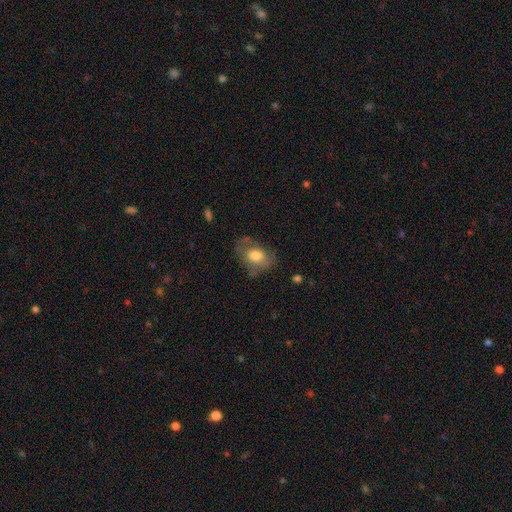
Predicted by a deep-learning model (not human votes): Q: Smooth or featured?
A: smooth (64%); runner-up: featured or disk (28%)
Q: How rounded?
A: in between (74%); runner-up: round (25%)
Q: Merging?
A: none (53%); runner-up: minor disturbance (26%)